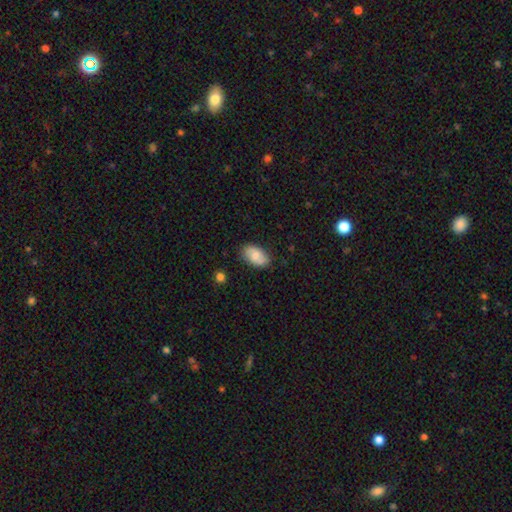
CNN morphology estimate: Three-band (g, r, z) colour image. It shows a smooth galaxy with no disk features (75%) that is in between round and cigar-shaped (93%). Merging: none (80%).